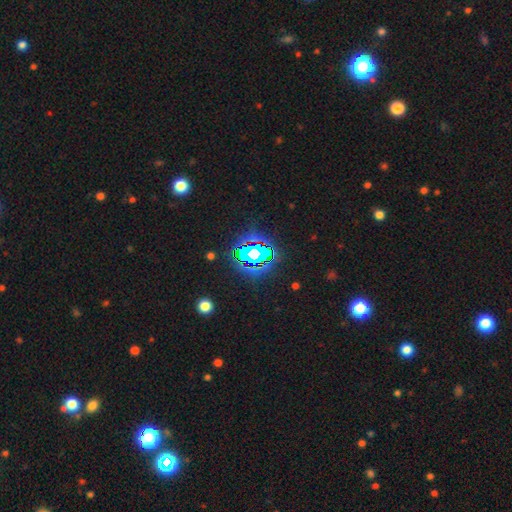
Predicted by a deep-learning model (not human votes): A star or artifact, not a galaxy (75%).